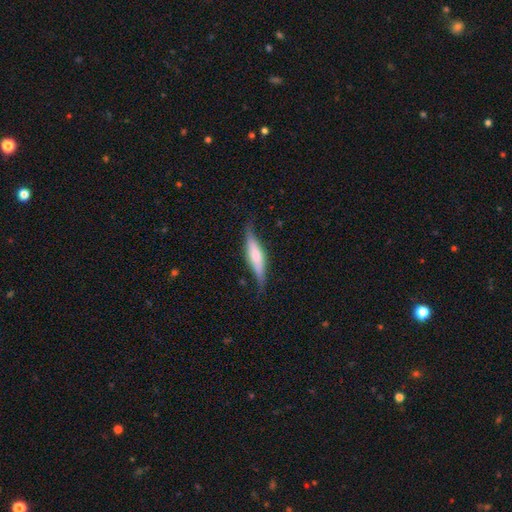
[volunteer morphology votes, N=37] Smooth or featured? 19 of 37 (51%) said featured or disk. Edge-on disk? 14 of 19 (74%) said yes. Edge-on bulge? 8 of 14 (57%) said rounded. Merging? 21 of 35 (60%) said none.